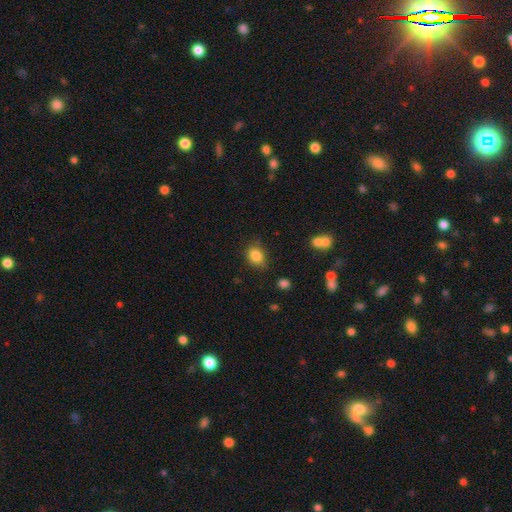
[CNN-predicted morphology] Smooth or featured? Predicted: smooth (p=0.84). How rounded? Predicted: round (p=0.54). Merging? Predicted: none (p=0.77).